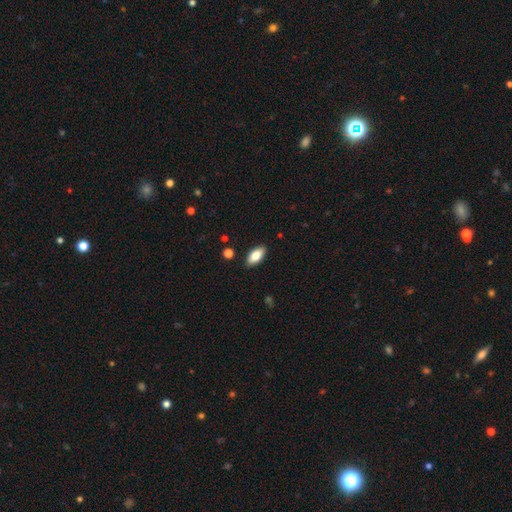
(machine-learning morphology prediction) smooth-or-featured: smooth: 81% | featured or disk: 12% | star or artifact: 7%
  how-rounded: in between: 90% | cigar-shaped: 8% | round: 2%
  merging: none: 88% | minor disturbance: 9% | major disturbance: 2% | merger: 1%